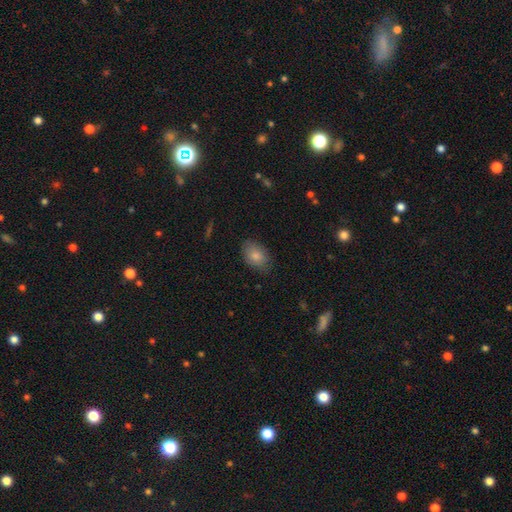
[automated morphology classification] smooth 83%, featured or disk 10%, star or artifact 7%. Down the decision tree: how rounded — in between (86%); merging — none (77%).